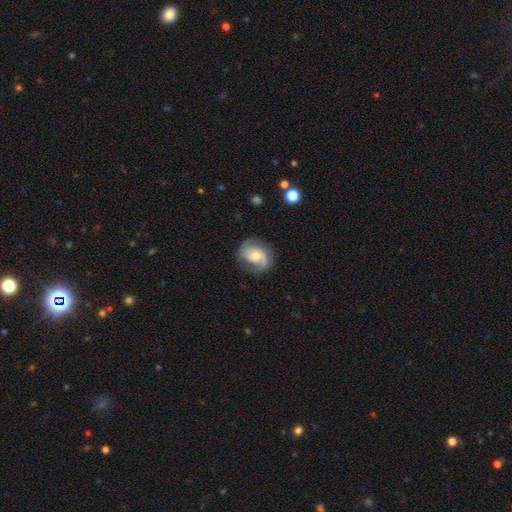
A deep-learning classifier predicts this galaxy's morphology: A featured or disk galaxy (78%) with no bar (58%), 2 (82%) medium (48%) spiral arms (95%) and a moderate central bulge (54%). Merging: none (73%).